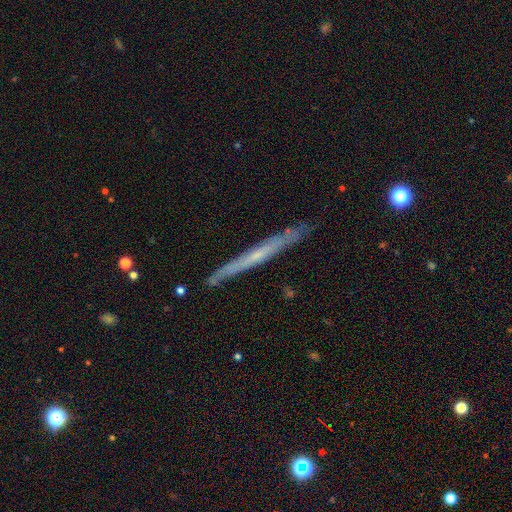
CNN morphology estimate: Smooth or featured?
  - featured or disk: 60% *
  - smooth: 34%
  - star or artifact: 6%
Edge-on disk?
  - yes: 95% *
  - no: 5%
Edge-on bulge?
  - none: 79% *
  - rounded: 18%
  - boxy: 4%
Merging?
  - none: 86% *
  - minor disturbance: 10%
  - major disturbance: 2%
  - merger: 1%